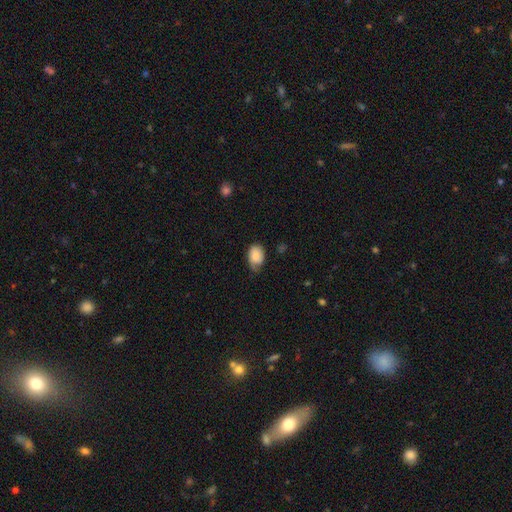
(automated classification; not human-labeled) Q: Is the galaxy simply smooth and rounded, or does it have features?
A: smooth — 84%.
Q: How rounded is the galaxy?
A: in between — 80%.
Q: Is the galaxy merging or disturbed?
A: none — 50%.